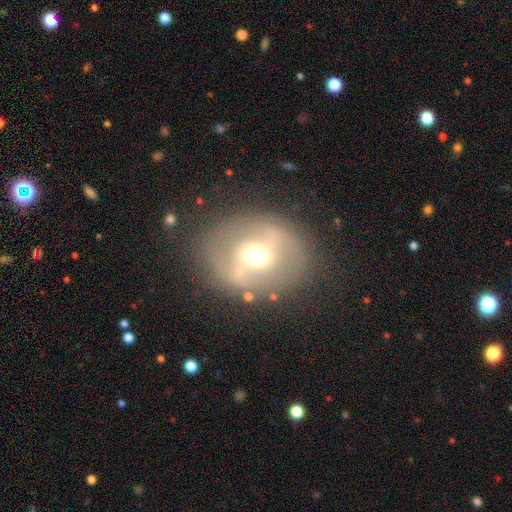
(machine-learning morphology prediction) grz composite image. It shows a featured or disk galaxy (59%) with a weak bar (38%), no spiral arms (66%) and a moderate central bulge (67%). Merging: none (78%).